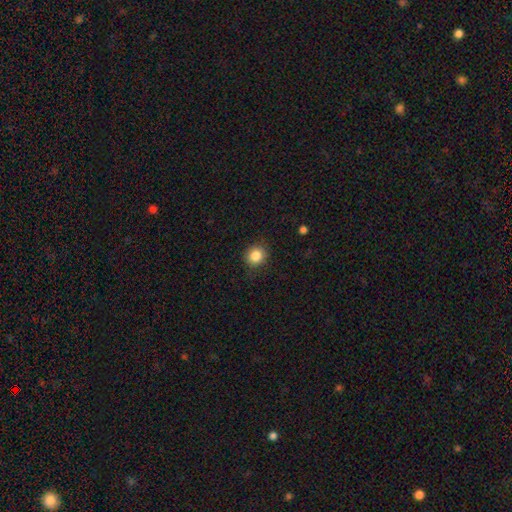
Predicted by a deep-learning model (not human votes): A smooth galaxy with no disk features (85%) that is round (85%).

Vote fractions:
- Smooth or featured? smooth: 85% / star or artifact: 10% / featured or disk: 5%
- How rounded? round: 85% / in between: 14% / cigar-shaped: 1%
- Merging? none: 87% / minor disturbance: 10% / major disturbance: 3% / merger: 1%